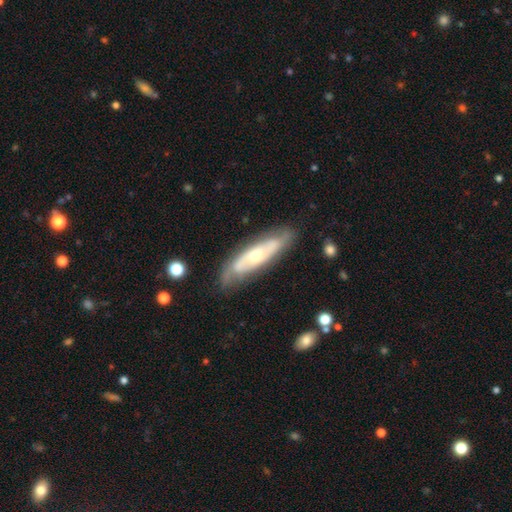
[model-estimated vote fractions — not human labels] Overall: featured or disk (65%; smooth 29%). Edge-on disk: no (69%; yes 31%). Merging: none (78%).